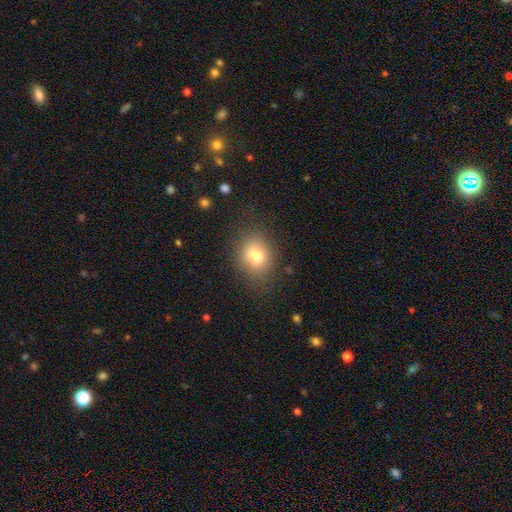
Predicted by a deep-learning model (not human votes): Overall: smooth (76%). How rounded: round (58%; in between 41%). Merging: none (78%).